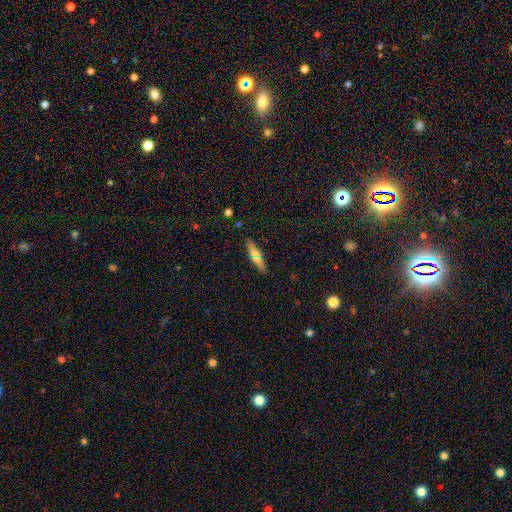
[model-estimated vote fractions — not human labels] Q: Smooth or featured?
A: smooth (60%); runner-up: featured or disk (32%)
Q: How rounded?
A: cigar-shaped (79%); runner-up: in between (19%)
Q: Merging?
A: none (86%); runner-up: minor disturbance (9%)